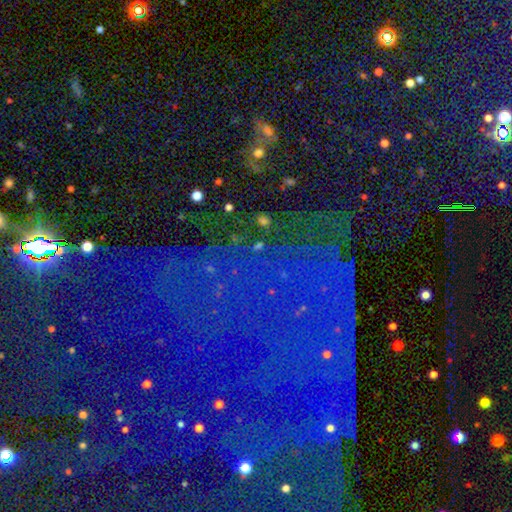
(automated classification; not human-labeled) Overall: star or artifact (83%).